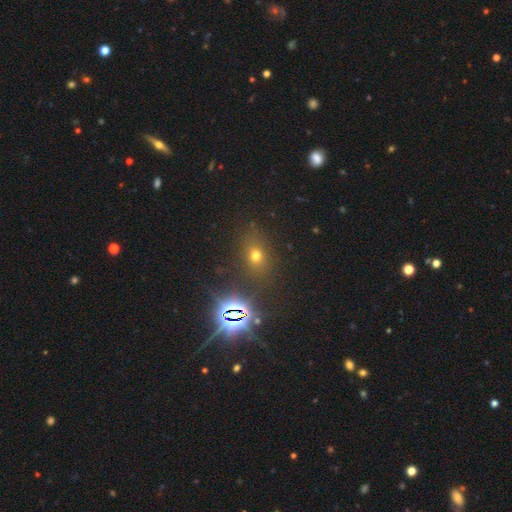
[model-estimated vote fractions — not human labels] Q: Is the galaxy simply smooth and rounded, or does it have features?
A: smooth — 57%.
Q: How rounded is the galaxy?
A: in between — 50%.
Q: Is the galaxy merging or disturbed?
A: none — 79%.